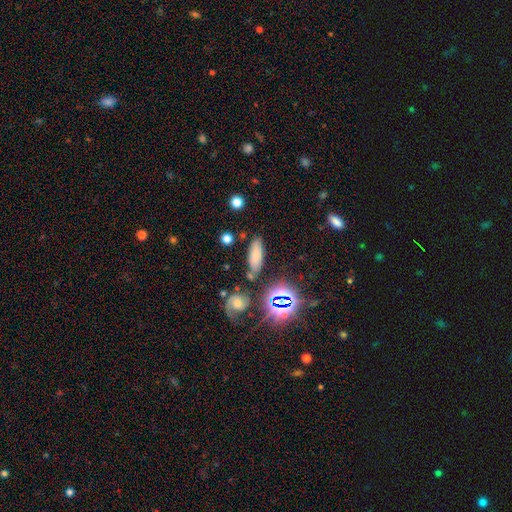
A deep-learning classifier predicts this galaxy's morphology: This is likely a smooth galaxy (70%). How rounded: likely in between (64%). Merging: likely none (77%).